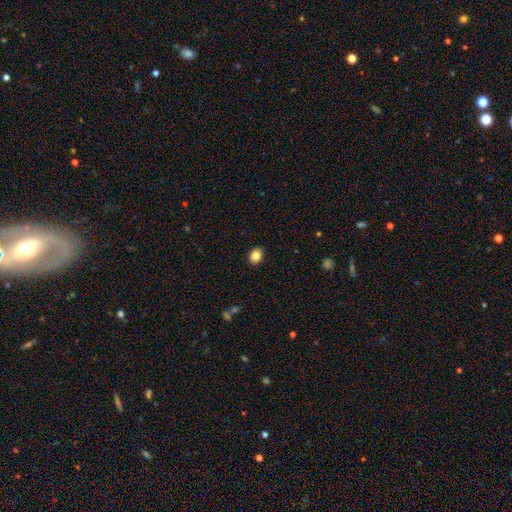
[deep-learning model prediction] smooth_or_featured: smooth (p=0.84) [alt: star or artifact p=0.10]
how_rounded: in between (p=0.52) [alt: round p=0.47]
merging: none (p=0.89) [alt: minor disturbance p=0.08]